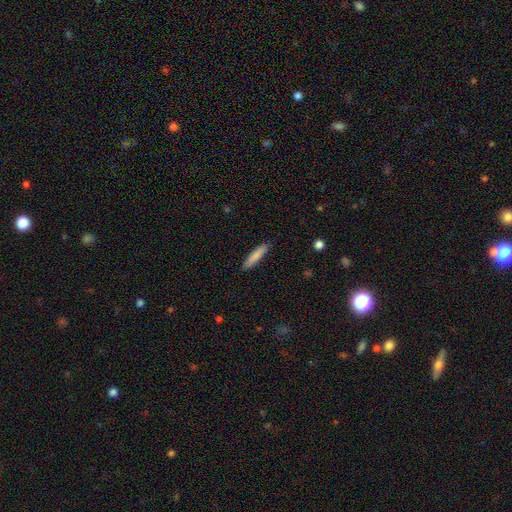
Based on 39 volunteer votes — Smooth or featured? 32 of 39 (82%) said smooth. How rounded? 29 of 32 (91%) said cigar-shaped. Merging? 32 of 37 (86%) said none.